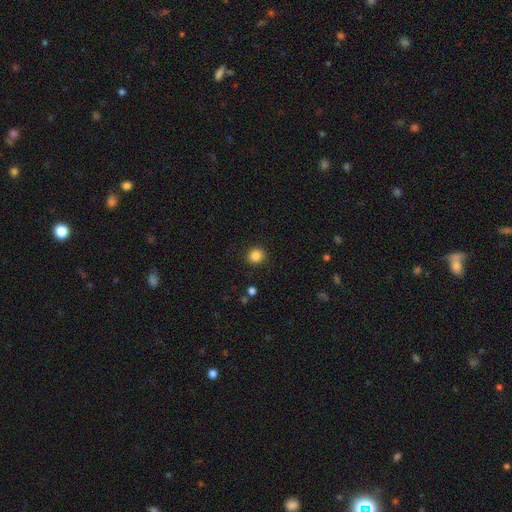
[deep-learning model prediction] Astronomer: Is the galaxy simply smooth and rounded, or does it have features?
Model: smooth — 86%.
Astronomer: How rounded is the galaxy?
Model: round — 90%.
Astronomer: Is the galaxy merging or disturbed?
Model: none — 91%.